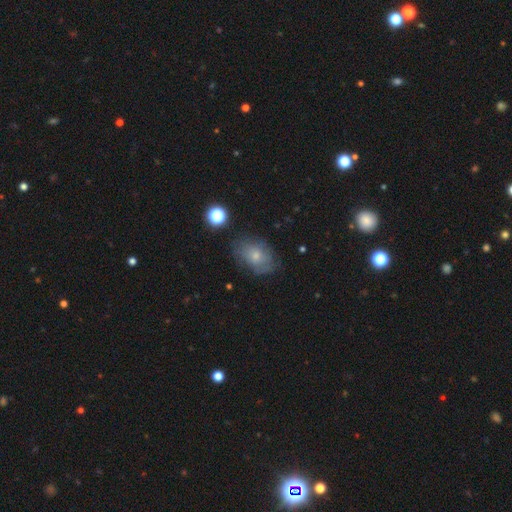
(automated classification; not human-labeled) smooth 62%, featured or disk 28%, star or artifact 11%. Down the decision tree: how rounded — in between (78%); merging — none (65%).